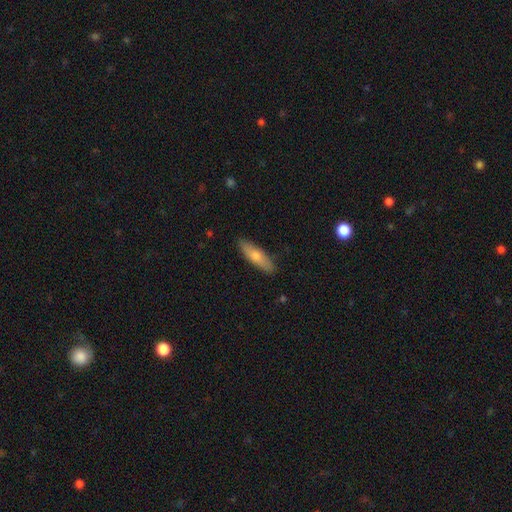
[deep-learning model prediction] A smooth galaxy with no disk features (63%) that is cigar-shaped (65%). Merging: none (88%).